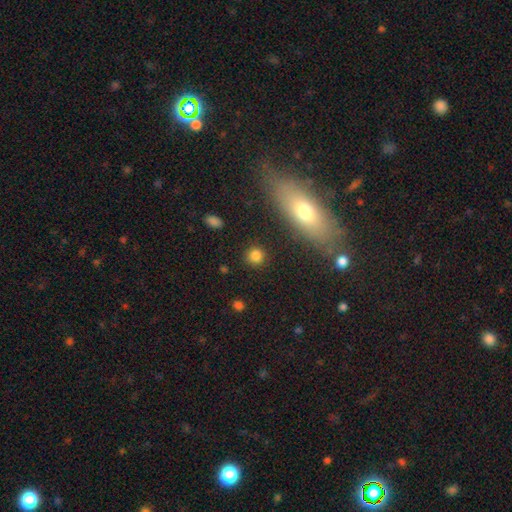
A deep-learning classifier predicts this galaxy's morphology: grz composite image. It shows a smooth galaxy with no disk features (82%) that is round (90%). Merging: none (88%).